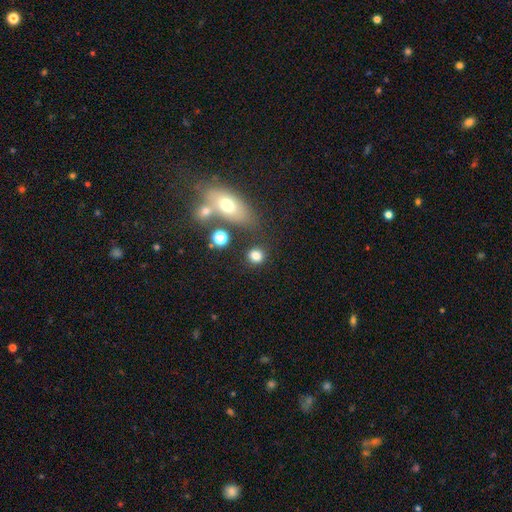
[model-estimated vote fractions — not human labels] Smooth or featured?
  - smooth: 81% *
  - star or artifact: 12%
  - featured or disk: 7%
How rounded?
  - round: 77% *
  - in between: 22%
  - cigar-shaped: 2%
Merging?
  - none: 77% *
  - minor disturbance: 10%
  - merger: 8%
  - major disturbance: 5%